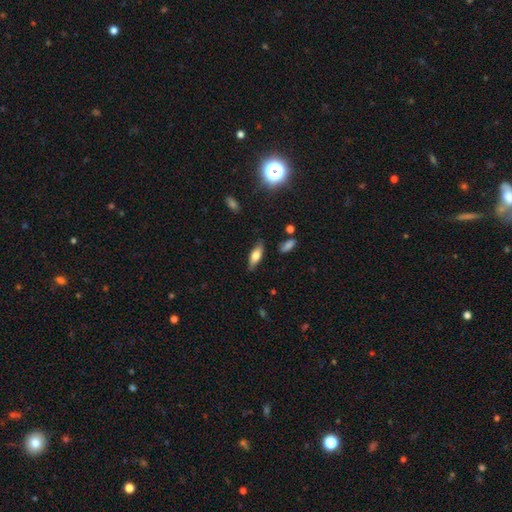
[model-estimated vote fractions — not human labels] A smooth galaxy with no disk features (68%) that is in between round and cigar-shaped (67%). Merging: none (81%).